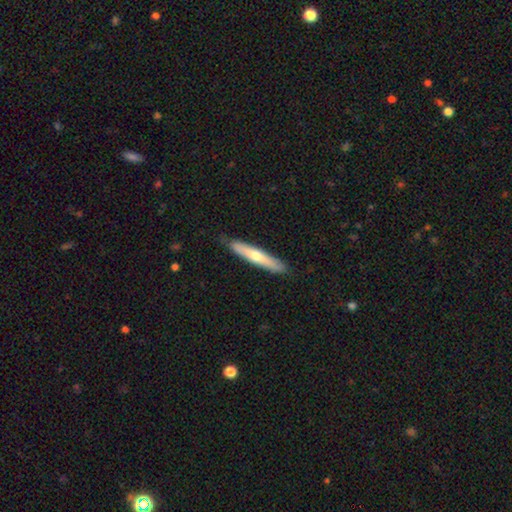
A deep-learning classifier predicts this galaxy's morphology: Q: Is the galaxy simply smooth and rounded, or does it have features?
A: smooth — 53%.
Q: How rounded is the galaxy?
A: cigar-shaped — 90%.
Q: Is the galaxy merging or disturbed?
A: none — 86%.